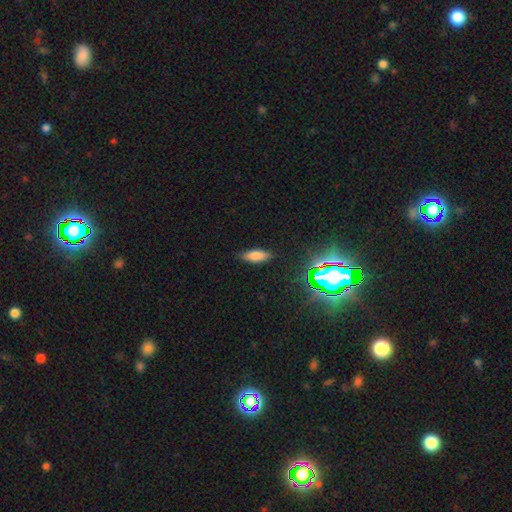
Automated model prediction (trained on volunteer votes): Q: Smooth or featured?
A: smooth (74%); runner-up: star or artifact (14%)
Q: How rounded?
A: in between (69%); runner-up: cigar-shaped (28%)
Q: Merging?
A: none (85%); runner-up: minor disturbance (11%)